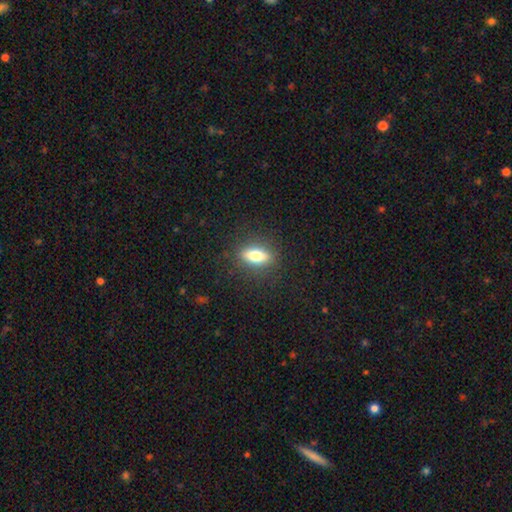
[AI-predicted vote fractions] smooth_or_featured: smooth (p=0.68) [alt: featured or disk p=0.23]
how_rounded: in between (p=0.70) [alt: cigar-shaped p=0.23]
merging: none (p=0.87) [alt: minor disturbance p=0.09]